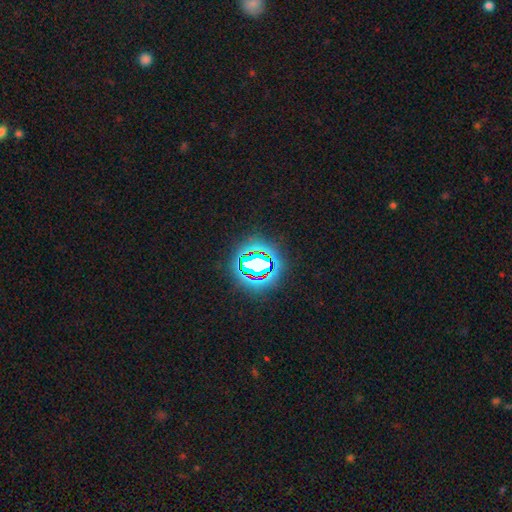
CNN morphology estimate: A star or artifact, not a galaxy (81%).